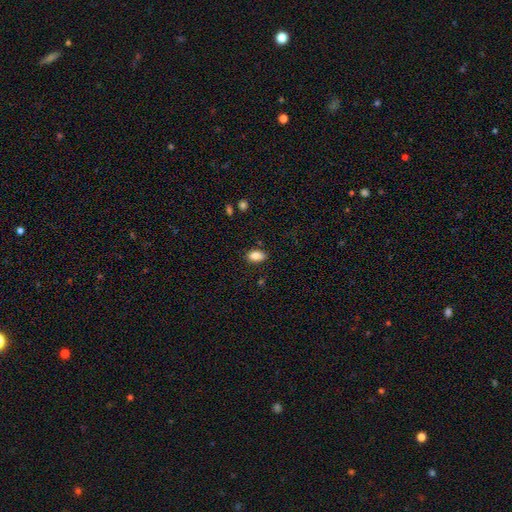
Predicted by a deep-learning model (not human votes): Q: Smooth or featured?
A: smooth (86%); runner-up: star or artifact (8%)
Q: How rounded?
A: in between (90%); runner-up: round (7%)
Q: Merging?
A: none (85%); runner-up: minor disturbance (11%)